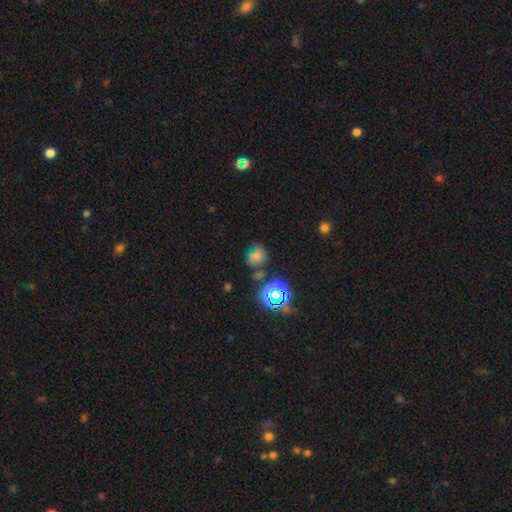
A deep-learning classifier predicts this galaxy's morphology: Smooth or featured? Predicted: smooth (p=0.60). How rounded? Predicted: round (p=0.72). Merging? Predicted: none (p=0.57).